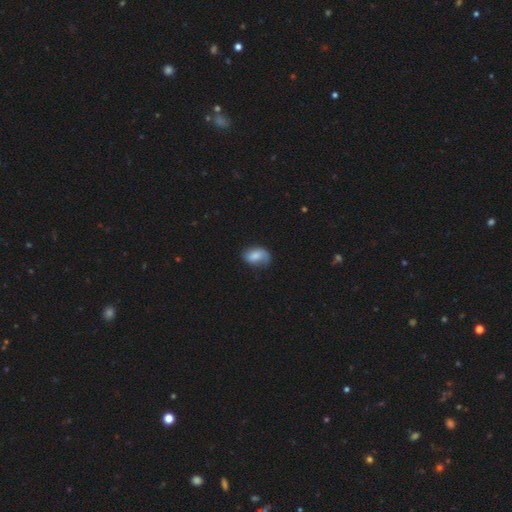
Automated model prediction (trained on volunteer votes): Morphology: type=smooth (63%); roundness=in between (84%); merging=none (56%).